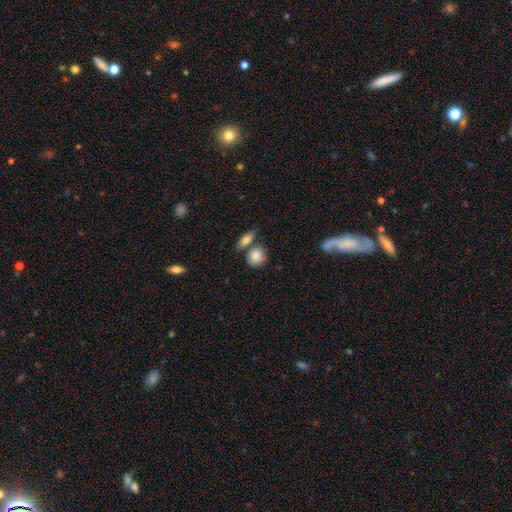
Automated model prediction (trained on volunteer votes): This appears to be a smooth galaxy with no disk features (85%) that is round (67%). Merging: none (56%).